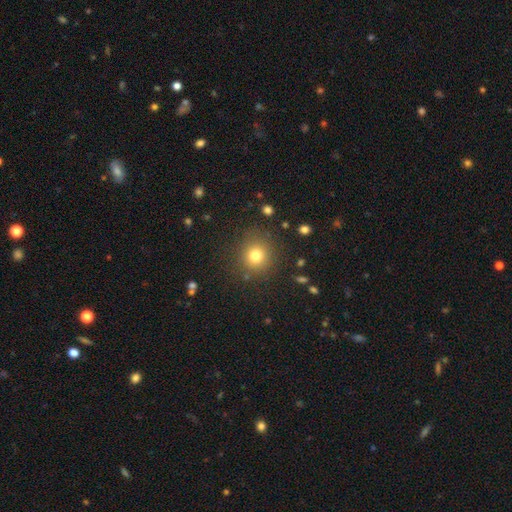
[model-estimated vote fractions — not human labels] Smooth or featured: smooth — 77% (star or artifact — 15%)
How rounded: round — 90% (in between — 9%)
Merging: none — 86% (minor disturbance — 8%)